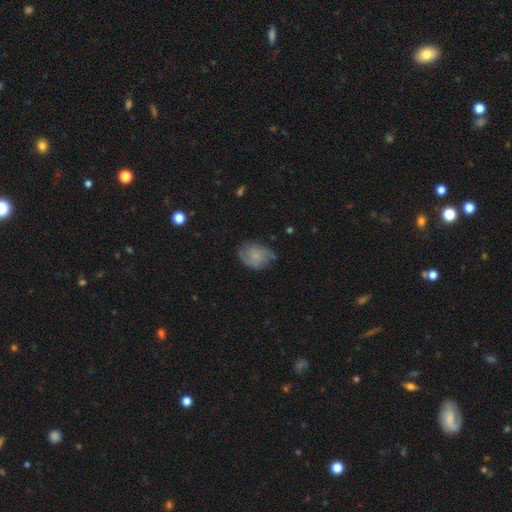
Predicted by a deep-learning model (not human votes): This is possibly a smooth galaxy (50%). Merging: possibly none (57%).